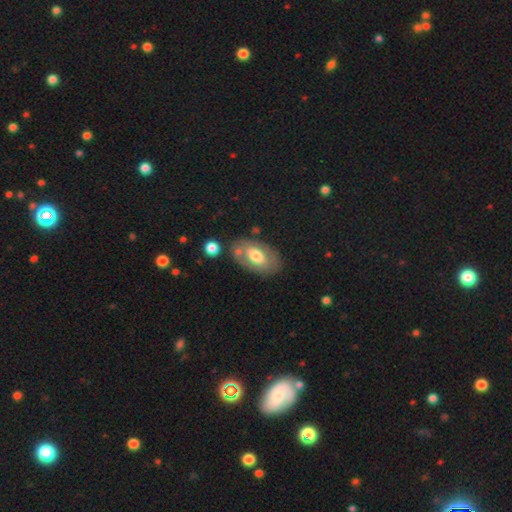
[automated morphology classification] This appears to be a smooth galaxy with no disk features (53%) that is in between round and cigar-shaped (91%). Merging: none (68%).